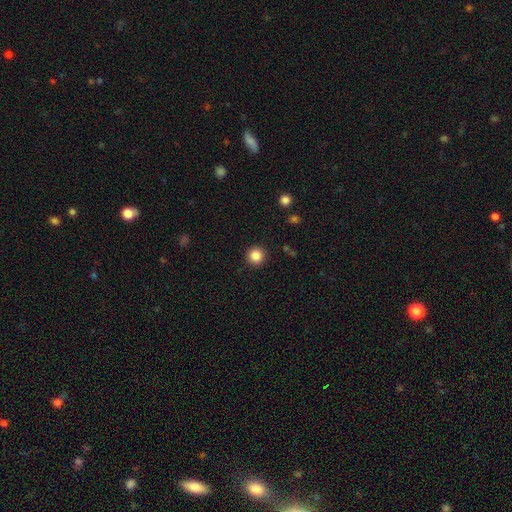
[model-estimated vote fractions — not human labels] Morphology: type=smooth (85%); roundness=round (95%); merging=none (92%).